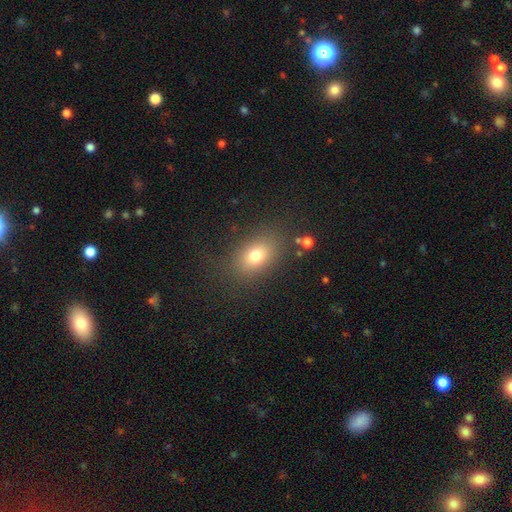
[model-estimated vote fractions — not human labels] Smooth or featured: smooth — 75% (featured or disk — 13%)
How rounded: in between — 77% (round — 21%)
Merging: none — 81% (minor disturbance — 11%)